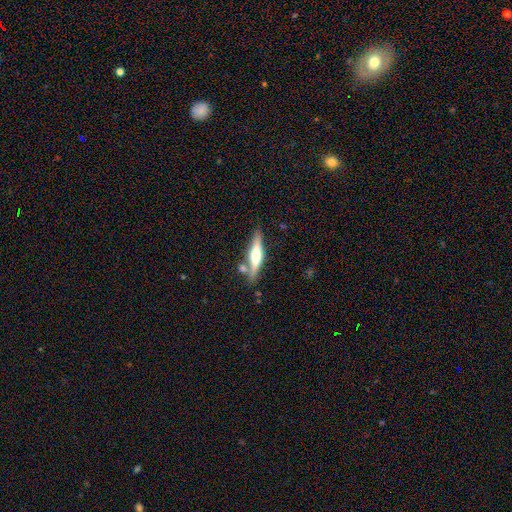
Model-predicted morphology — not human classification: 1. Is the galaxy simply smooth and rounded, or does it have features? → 58% featured or disk, 36% smooth, 6% star or artifact.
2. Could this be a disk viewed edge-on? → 95% yes, 5% no.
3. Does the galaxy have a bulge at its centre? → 81% rounded, 13% boxy, 6% none.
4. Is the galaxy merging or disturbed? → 74% none, 13% minor disturbance, 10% merger, 3% major disturbance.